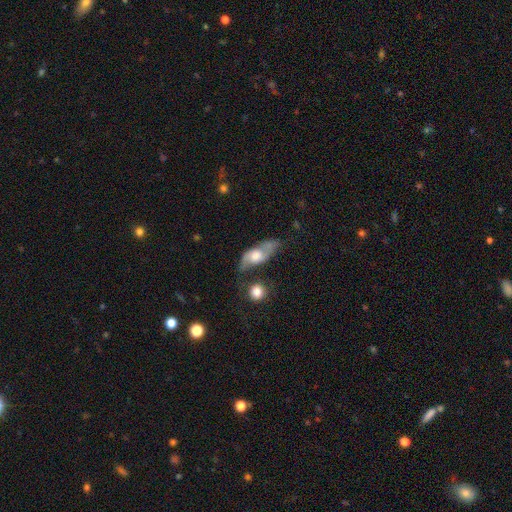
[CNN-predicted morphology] smooth_or_featured: featured or disk (p=0.53) [alt: smooth p=0.41]
disk_edge_on: no (p=0.77) [alt: yes p=0.23]
merging: none (p=0.48) [alt: minor disturbance p=0.26]